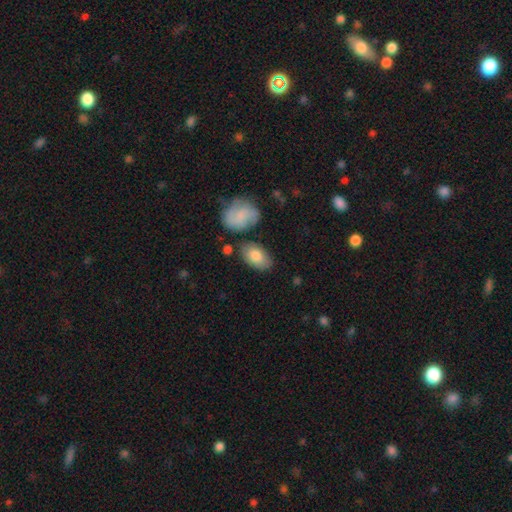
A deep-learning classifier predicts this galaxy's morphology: Q: Smooth or featured?
A: smooth (80%); runner-up: featured or disk (14%)
Q: How rounded?
A: in between (92%); runner-up: round (6%)
Q: Merging?
A: none (73%); runner-up: minor disturbance (16%)